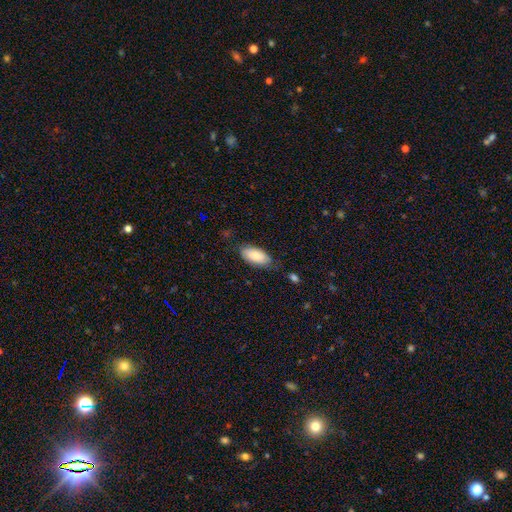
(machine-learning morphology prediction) A smooth galaxy with no disk features (84%) that is in between round and cigar-shaped (92%).

Vote fractions:
- Smooth or featured? smooth: 84% / featured or disk: 10% / star or artifact: 6%
- How rounded? in between: 92% / cigar-shaped: 6% / round: 2%
- Merging? none: 71% / minor disturbance: 21% / major disturbance: 5% / merger: 2%